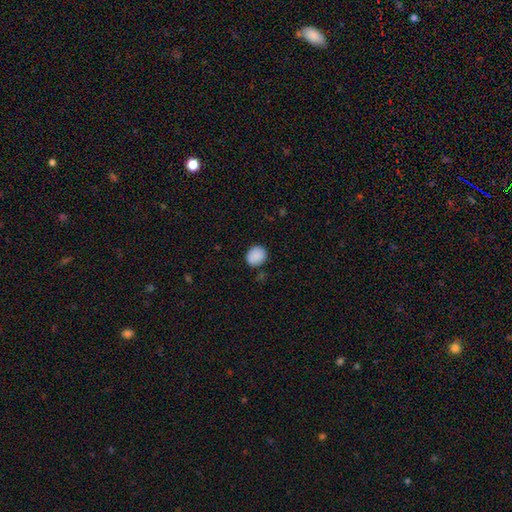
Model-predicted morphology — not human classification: Overall: smooth (89%). How rounded: round (69%; in between 31%). Merging: none (84%).